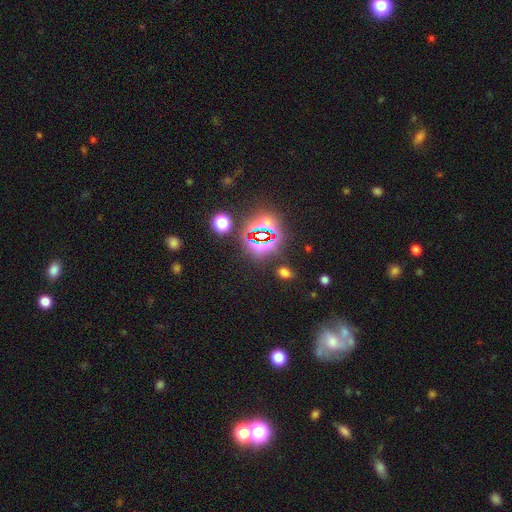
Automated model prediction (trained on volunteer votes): This is likely a star or artifact rather than a galaxy (71%).